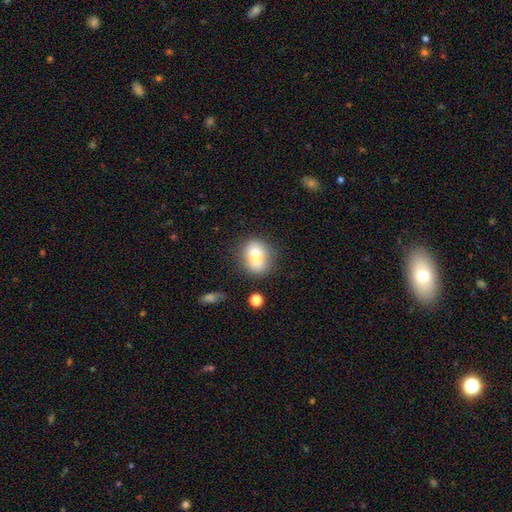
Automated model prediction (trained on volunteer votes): smooth 75%, featured or disk 16%, star or artifact 9%. Down the decision tree: how rounded — in between (58%); merging — none (62%).